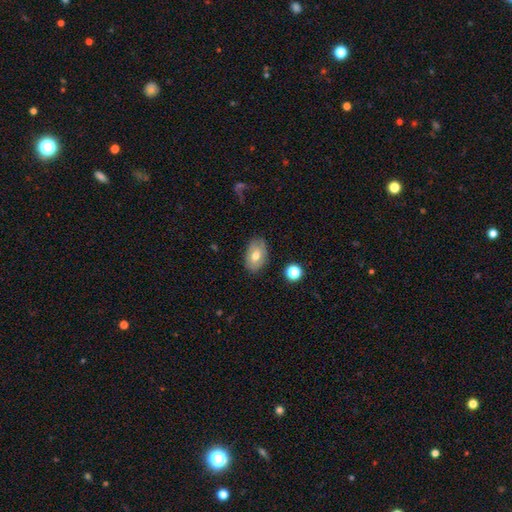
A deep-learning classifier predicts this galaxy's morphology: smooth_or_featured: smooth (p=0.64) [alt: featured or disk p=0.28]
how_rounded: in between (p=0.87) [alt: round p=0.12]
merging: none (p=0.80) [alt: minor disturbance p=0.15]